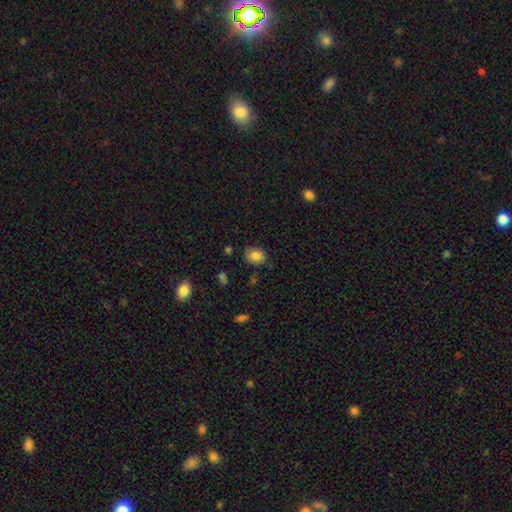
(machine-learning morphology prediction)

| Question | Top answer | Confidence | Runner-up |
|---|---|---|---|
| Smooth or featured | smooth | 83% | star or artifact (9%) |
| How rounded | in between | 55% | round (44%) |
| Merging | none | 79% | minor disturbance (16%) |